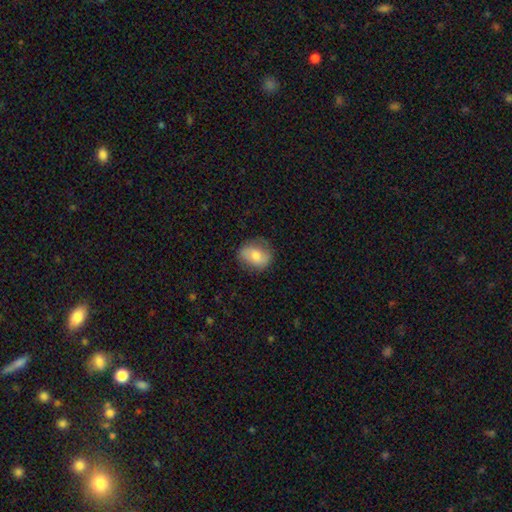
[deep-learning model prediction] This is likely a smooth galaxy (65%). How rounded: possibly round (50%). Merging: likely none (75%).